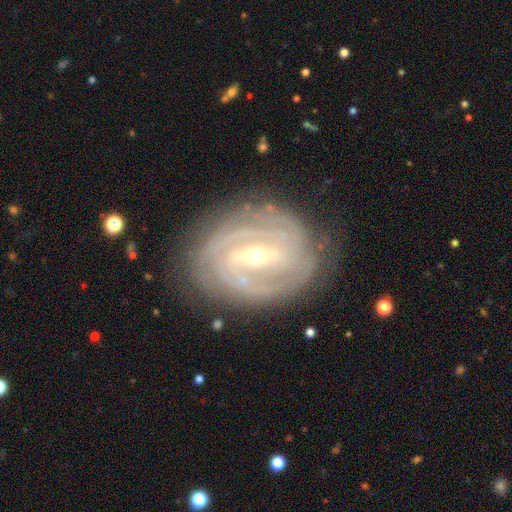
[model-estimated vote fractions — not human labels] Overall: featured or disk (90%). Edge-on disk: no (96%). Bar: strong (55%; weak 35%). Spiral arms: yes (97%). Spiral arm count: 2 (27%; can't tell 23%). Spiral winding: tight (76%). Bulge size: small (54%; moderate 43%). Merging: none (81%).